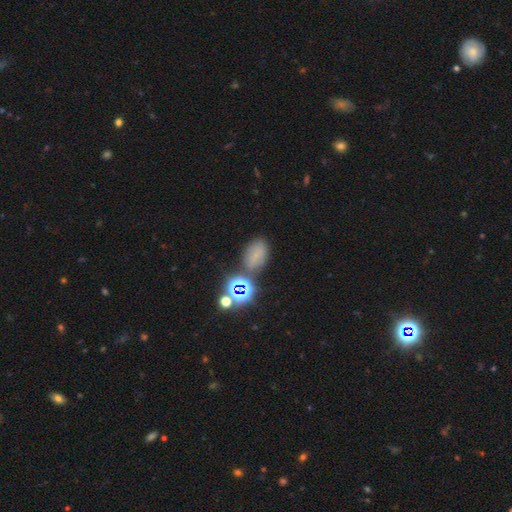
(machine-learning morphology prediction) Smooth or featured: smooth — 51% (star or artifact — 34%)
How rounded: in between — 80% (round — 18%)
Merging: none — 63% (minor disturbance — 18%)